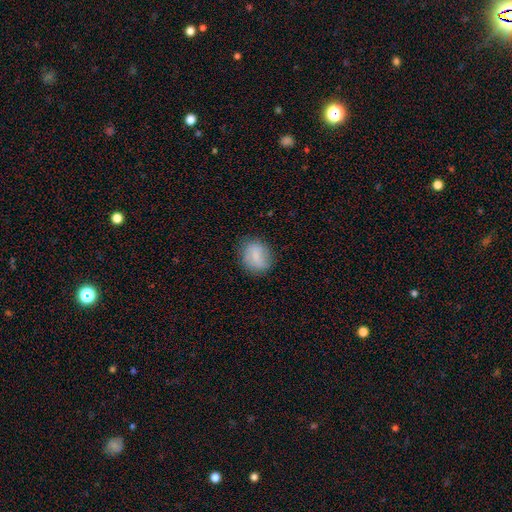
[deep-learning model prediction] Smooth or featured?
  - smooth: 68% *
  - featured or disk: 24%
  - star or artifact: 8%
How rounded?
  - round: 66% *
  - in between: 32%
  - cigar-shaped: 1%
Merging?
  - none: 79% *
  - minor disturbance: 15%
  - major disturbance: 5%
  - merger: 1%